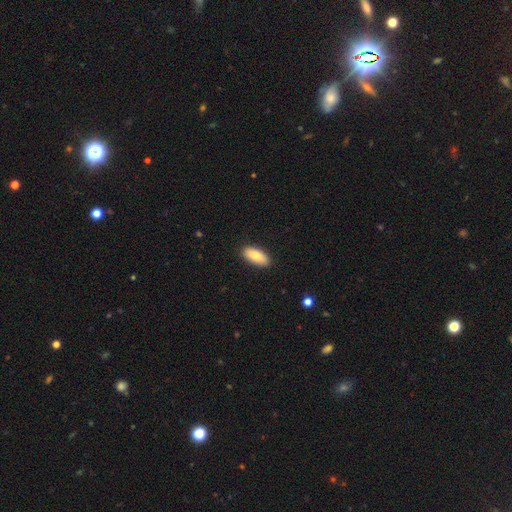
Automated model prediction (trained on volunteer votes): This is clearly a smooth galaxy (83%). How rounded: clearly in between (87%). Merging: clearly none (88%).